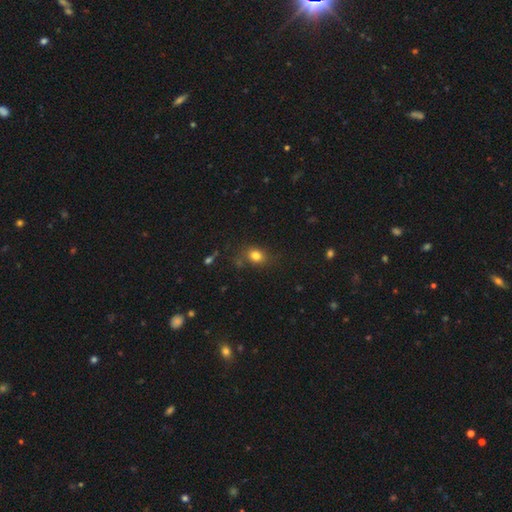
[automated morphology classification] smooth-or-featured: smooth: 80% | star or artifact: 13% | featured or disk: 8%
  how-rounded: round: 50% | in between: 49% | cigar-shaped: 1%
  merging: none: 74% | minor disturbance: 16% | major disturbance: 5% | merger: 4%